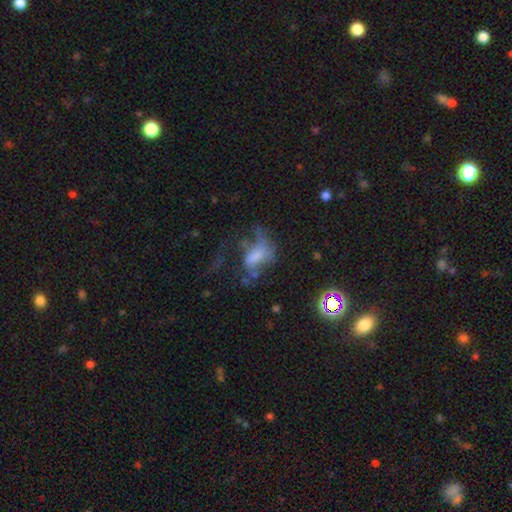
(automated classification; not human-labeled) smooth-or-featured: featured or disk: 46% | smooth: 32% | star or artifact: 22%
  merging: major disturbance: 52% | none: 25% | minor disturbance: 16% | merger: 6%